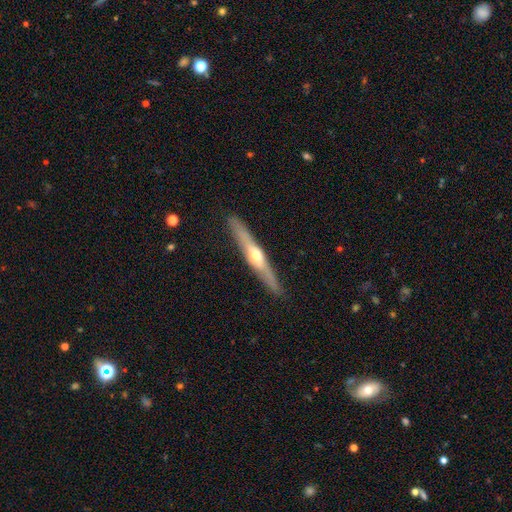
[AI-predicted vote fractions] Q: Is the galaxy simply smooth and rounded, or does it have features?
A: featured or disk — 65%.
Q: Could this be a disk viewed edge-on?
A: yes — 94%.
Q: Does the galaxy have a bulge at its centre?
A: rounded — 87%.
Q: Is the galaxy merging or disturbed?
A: none — 89%.